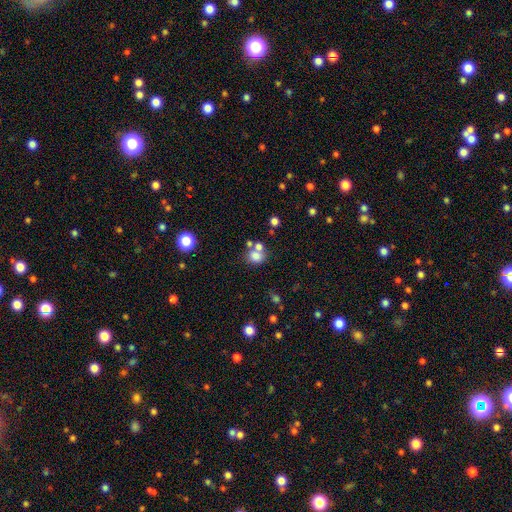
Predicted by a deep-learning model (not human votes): smooth_or_featured: smooth (p=0.75) [alt: star or artifact p=0.14]
how_rounded: round (p=0.61) [alt: in between p=0.38]
merging: none (p=0.47) [alt: merger p=0.36]